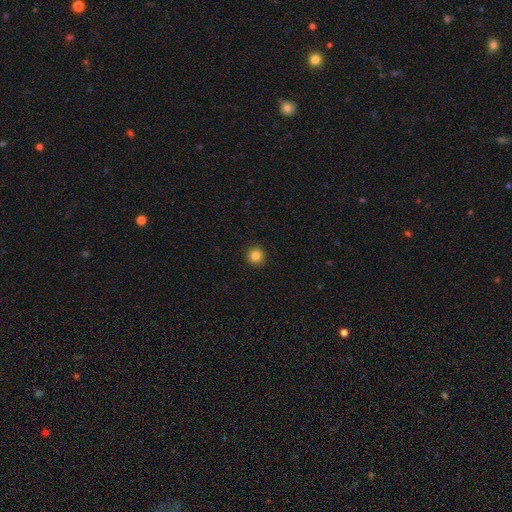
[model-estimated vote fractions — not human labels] A smooth galaxy with no disk features (84%) that is round (95%).

Vote fractions:
- Smooth or featured? smooth: 84% / star or artifact: 11% / featured or disk: 5%
- How rounded? round: 95% / in between: 4% / cigar-shaped: 1%
- Merging? none: 93% / minor disturbance: 5% / major disturbance: 2% / merger: 1%